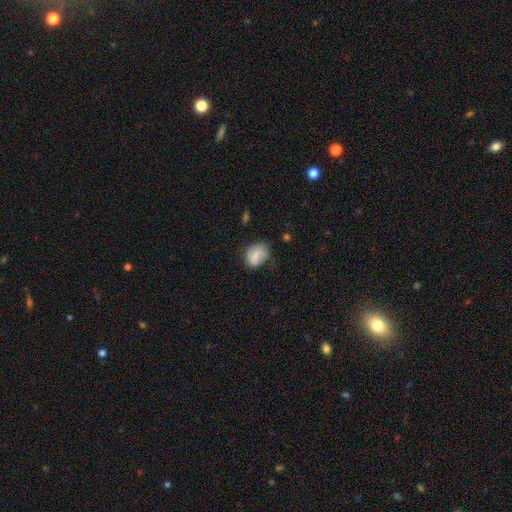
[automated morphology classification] This appears to be a smooth galaxy with no disk features (76%) that is in between round and cigar-shaped (65%). Merging: none (56%).